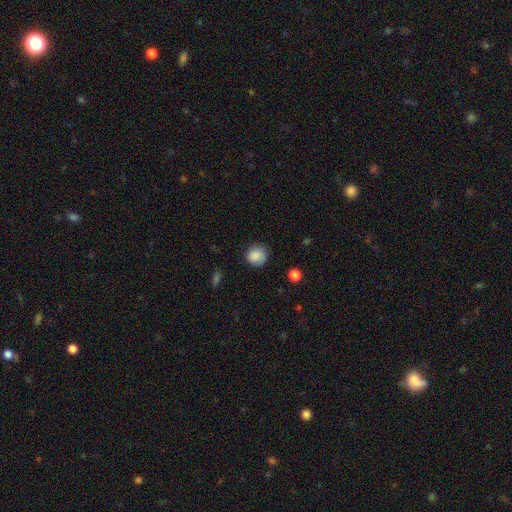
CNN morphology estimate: smooth-or-featured: smooth: 87% | star or artifact: 9% | featured or disk: 4%
  how-rounded: round: 90% | in between: 9% | cigar-shaped: 1%
  merging: none: 82% | minor disturbance: 13% | major disturbance: 3% | merger: 1%